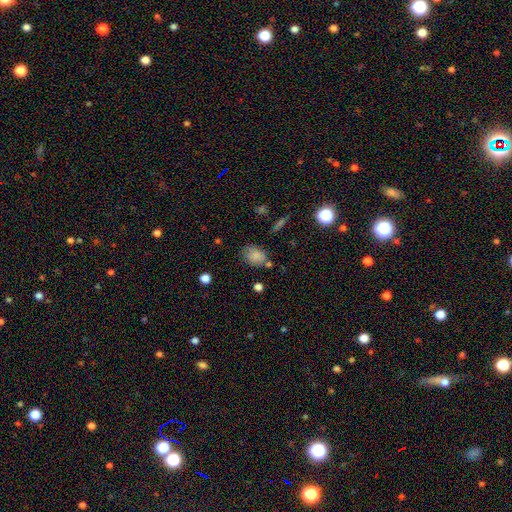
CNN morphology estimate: Smooth or featured: smooth — 82% (star or artifact — 10%)
How rounded: in between — 66% (round — 32%)
Merging: none — 66% (minor disturbance — 21%)